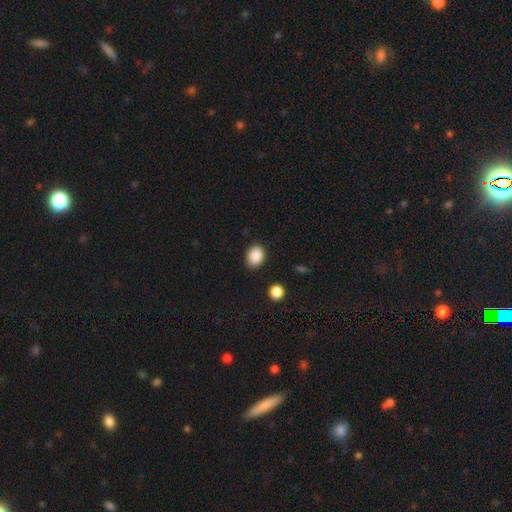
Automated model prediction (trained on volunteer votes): A smooth galaxy with no disk features (88%) that is in between round and cigar-shaped (65%).

Vote fractions:
- Smooth or featured? smooth: 88% / star or artifact: 8% / featured or disk: 4%
- How rounded? in between: 65% / round: 34% / cigar-shaped: 1%
- Merging? none: 85% / minor disturbance: 11% / major disturbance: 2% / merger: 2%